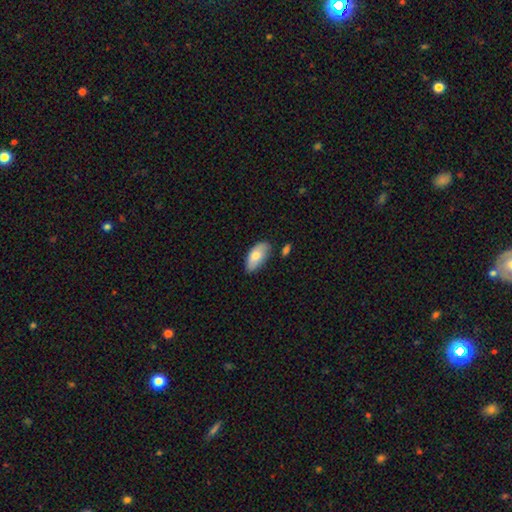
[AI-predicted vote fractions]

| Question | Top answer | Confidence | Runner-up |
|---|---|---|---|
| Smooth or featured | smooth | 79% | featured or disk (15%) |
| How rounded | in between | 93% | cigar-shaped (5%) |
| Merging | none | 70% | minor disturbance (22%) |